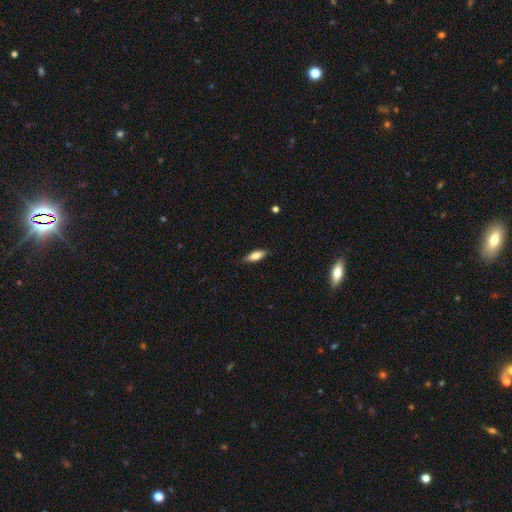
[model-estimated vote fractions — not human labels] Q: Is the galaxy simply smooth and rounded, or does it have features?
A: smooth — 69%.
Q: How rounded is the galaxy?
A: in between — 58%.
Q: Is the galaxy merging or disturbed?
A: none — 84%.